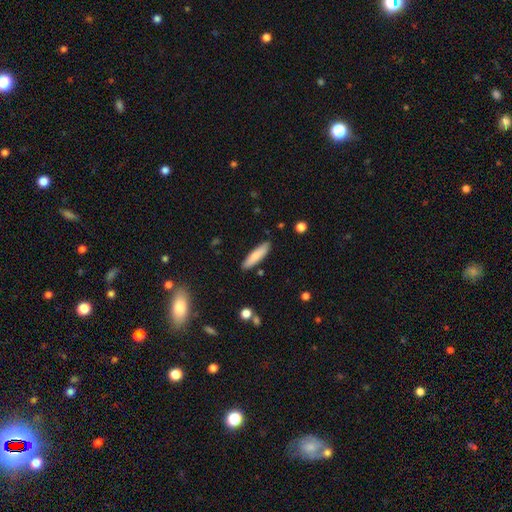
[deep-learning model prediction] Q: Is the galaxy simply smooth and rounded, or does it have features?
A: smooth — 80%.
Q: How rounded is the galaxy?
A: cigar-shaped — 72%.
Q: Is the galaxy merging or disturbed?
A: none — 87%.